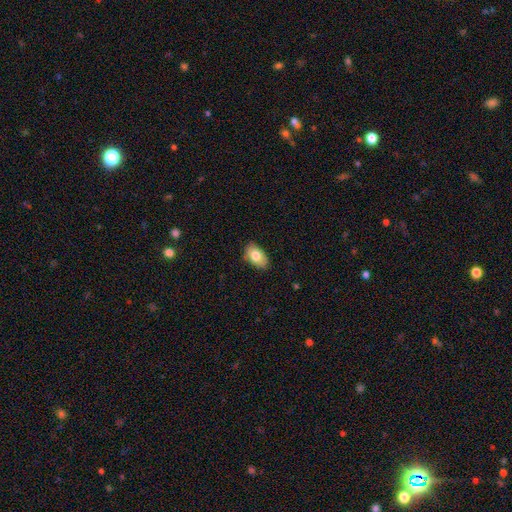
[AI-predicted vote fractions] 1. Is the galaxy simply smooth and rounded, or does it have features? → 80% smooth, 13% featured or disk, 7% star or artifact.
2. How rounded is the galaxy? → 92% in between, 7% round, 1% cigar-shaped.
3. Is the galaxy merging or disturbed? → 82% none, 14% minor disturbance, 2% major disturbance, 1% merger.